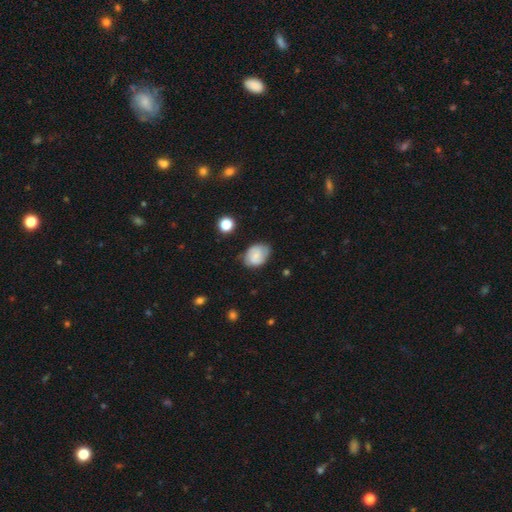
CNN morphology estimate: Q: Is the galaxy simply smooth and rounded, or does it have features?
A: smooth — 53%.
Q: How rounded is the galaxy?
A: in between — 65%.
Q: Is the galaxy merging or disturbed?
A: none — 68%.